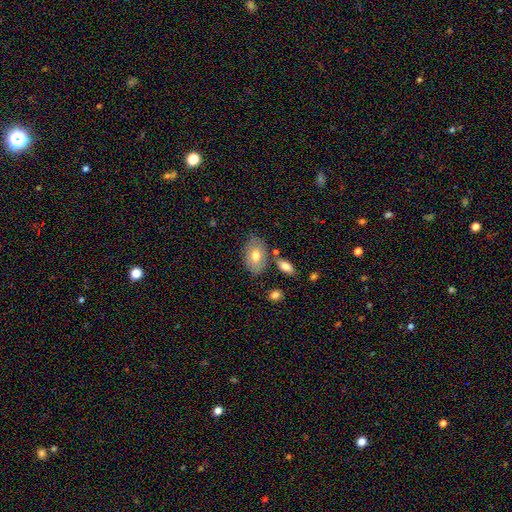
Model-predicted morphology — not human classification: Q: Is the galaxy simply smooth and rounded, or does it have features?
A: smooth — 71%.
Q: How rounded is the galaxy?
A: in between — 88%.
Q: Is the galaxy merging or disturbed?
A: none — 71%.